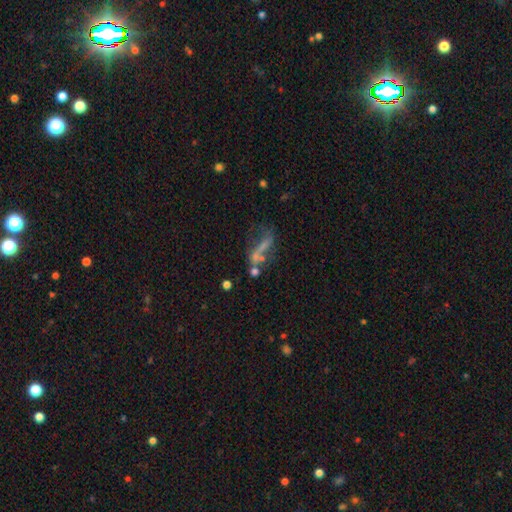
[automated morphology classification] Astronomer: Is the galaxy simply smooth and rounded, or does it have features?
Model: featured or disk — 48% (runner-up: smooth, 34%).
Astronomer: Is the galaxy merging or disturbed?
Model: none — 32% (runner-up: major disturbance, 27%).